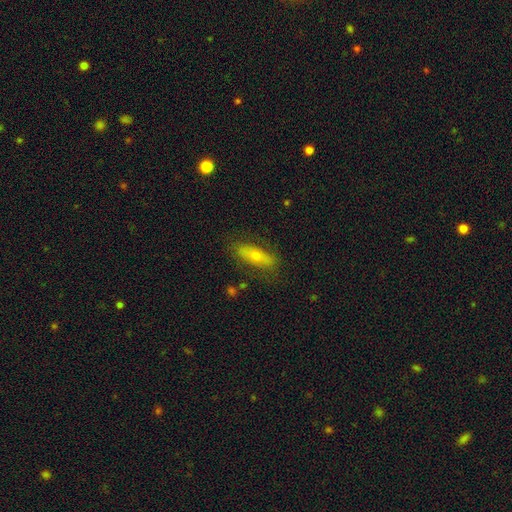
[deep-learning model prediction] A smooth galaxy with no disk features (54%) that is in between round and cigar-shaped (49%). Merging: none (80%).